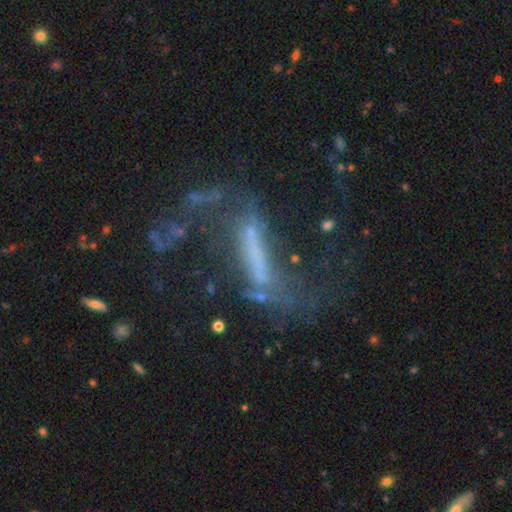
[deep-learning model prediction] Smooth or featured?
  - featured or disk: 67% *
  - smooth: 16%
  - star or artifact: 16%
Edge-on disk?
  - no: 79% *
  - yes: 21%
Bar?
  - strong: 56% *
  - no: 22%
  - weak: 22%
Spiral arms?
  - yes: 59% *
  - no: 41%
Bulge size?
  - none: 57% *
  - small: 22%
  - moderate: 14%
  - large: 4%
  - dominant: 2%
Merging?
  - none: 38% *
  - major disturbance: 35%
  - minor disturbance: 17%
  - merger: 9%